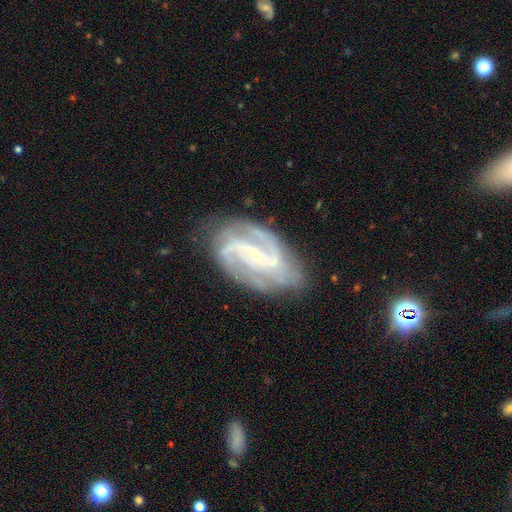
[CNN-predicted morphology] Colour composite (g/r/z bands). It shows a featured or disk galaxy (90%) with a weak bar (42%), 2 (61%) medium (51%) spiral arms (97%) and a small central bulge (82%). Merging: none (73%).